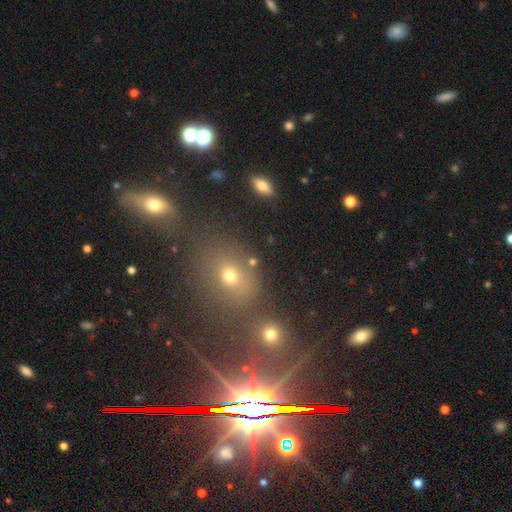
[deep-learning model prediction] Smooth or featured? star or artifact (54%)